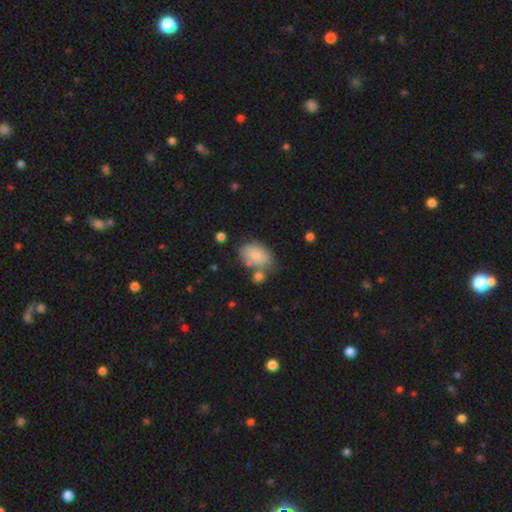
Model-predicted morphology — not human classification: This is clearly a smooth galaxy (81%). How rounded: clearly in between (88%). Merging: possibly none (55%).